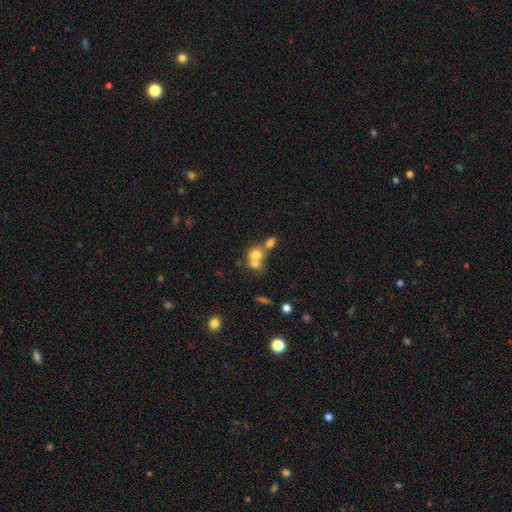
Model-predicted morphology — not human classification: A smooth galaxy with no disk features (71%) that is round (73%). Merging: merger (60%).